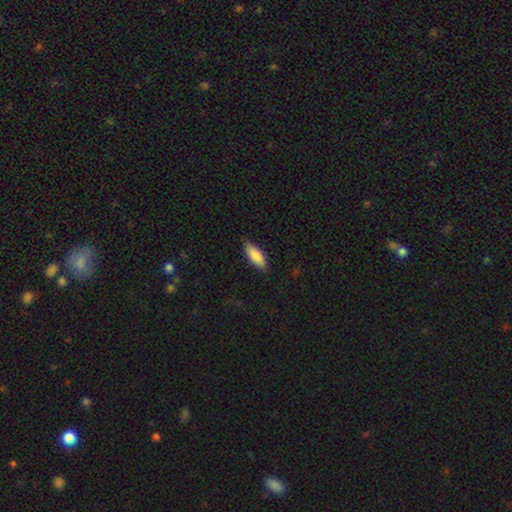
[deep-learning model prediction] This is clearly a smooth galaxy (86%). How rounded: likely in between (71%). Merging: clearly none (83%).